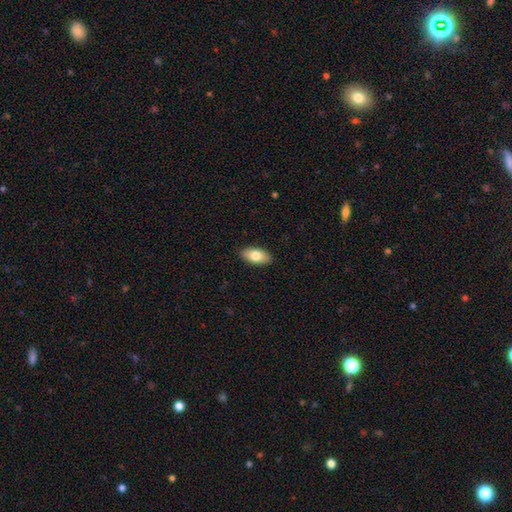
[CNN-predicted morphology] smooth-or-featured: smooth: 78% | featured or disk: 16% | star or artifact: 6%
  how-rounded: in between: 92% | cigar-shaped: 5% | round: 3%
  merging: none: 90% | minor disturbance: 7% | major disturbance: 2% | merger: 1%